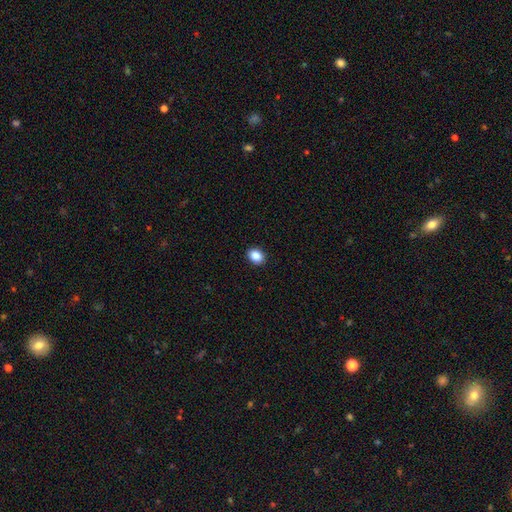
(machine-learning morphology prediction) A smooth galaxy with no disk features (88%) that is in between round and cigar-shaped (61%). Merging: none (91%).